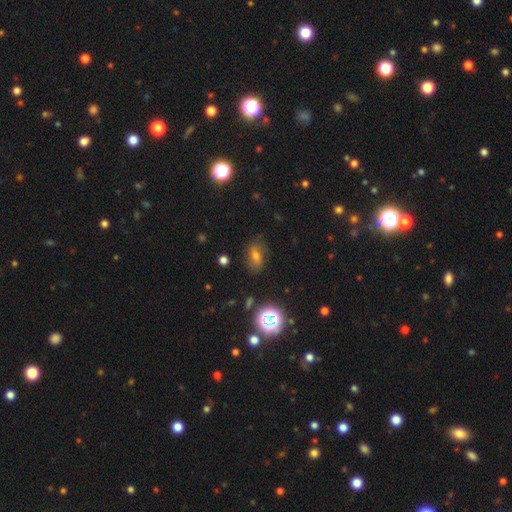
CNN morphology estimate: A smooth galaxy with no disk features (48%). Merging: none (74%).